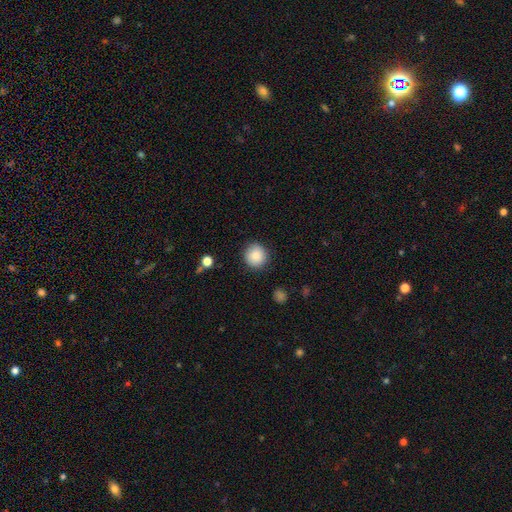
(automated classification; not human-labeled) Smooth or featured: smooth — 87% (star or artifact — 8%)
How rounded: round — 91% (in between — 8%)
Merging: none — 88% (minor disturbance — 8%)